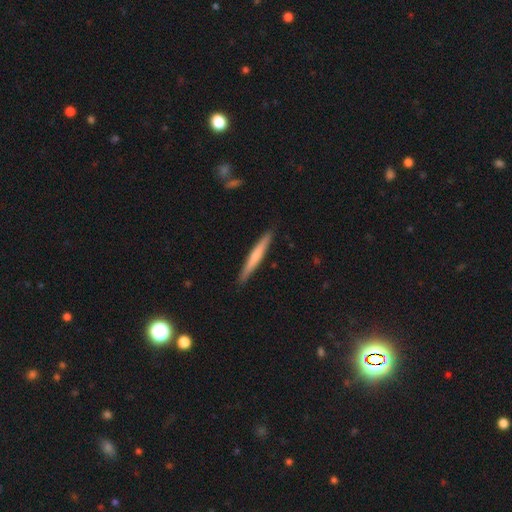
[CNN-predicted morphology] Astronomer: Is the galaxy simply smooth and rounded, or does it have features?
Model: smooth — 57% (runner-up: featured or disk, 38%).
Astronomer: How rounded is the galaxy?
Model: cigar-shaped — 96%.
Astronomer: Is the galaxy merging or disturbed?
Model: none — 91%.